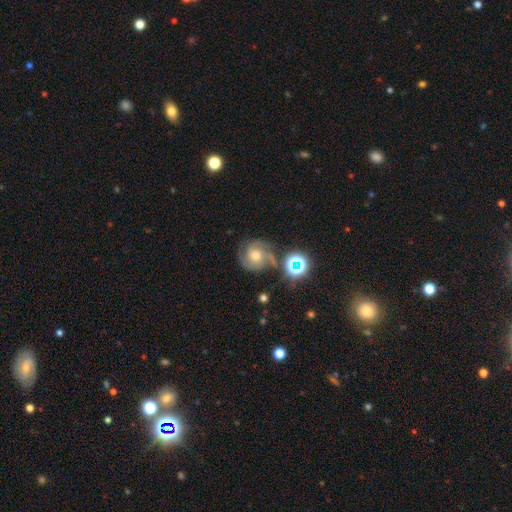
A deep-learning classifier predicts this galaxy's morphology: The model was most divided on "spiral arm count": 3: 39%, 2: 33%, can't tell: 14%, 4: 6%, 1: 4%, more than 4: 4%. More confident: edge-on disk — no (98%); spiral arms — yes (96%); merging — none (75%); smooth or featured — featured or disk (73%); bar — no (68%); bulge size — moderate (65%); spiral winding — tight (55%).